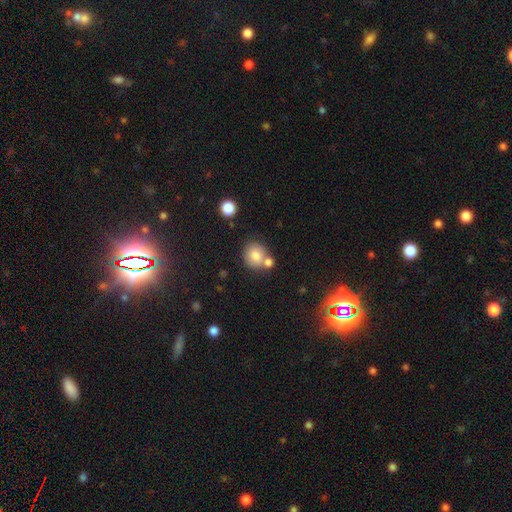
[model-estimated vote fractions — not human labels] Smooth or featured? smooth (79%)
How rounded? round (84%)
Merging? none (58%)